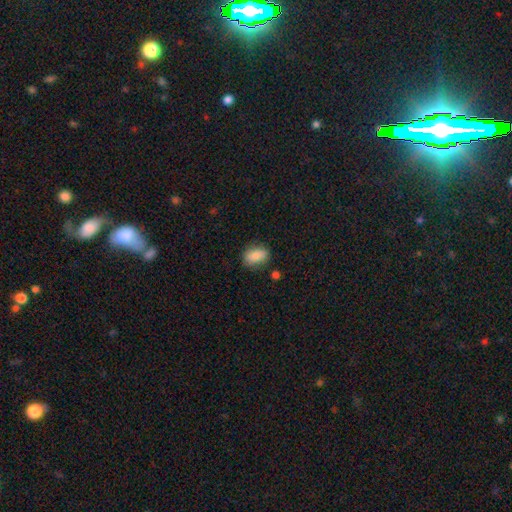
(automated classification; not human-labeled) Overall: smooth (87%). How rounded: in between (83%). Merging: none (80%).